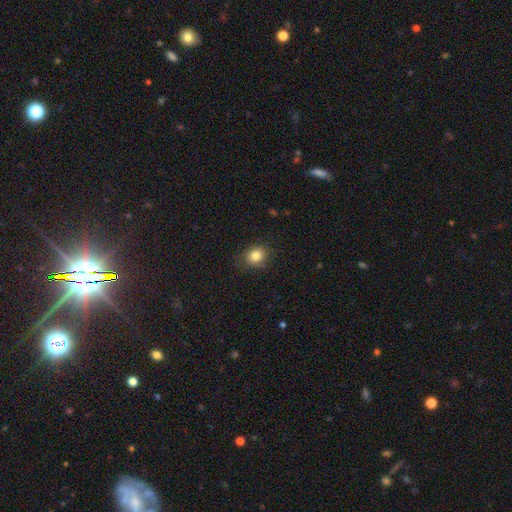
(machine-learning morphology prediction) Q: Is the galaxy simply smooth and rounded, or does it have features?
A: smooth — 82%.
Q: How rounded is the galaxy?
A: round — 74%.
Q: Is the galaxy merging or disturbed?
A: none — 80%.